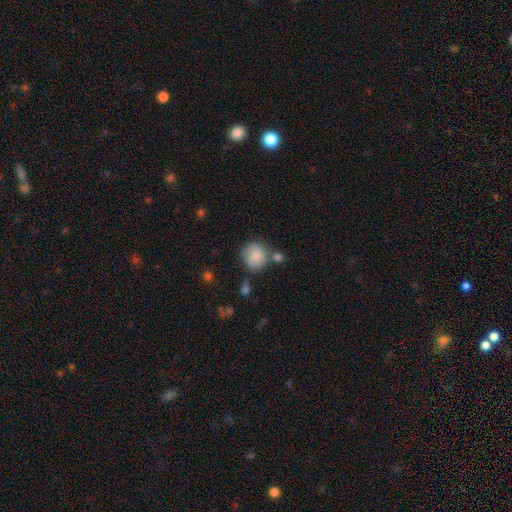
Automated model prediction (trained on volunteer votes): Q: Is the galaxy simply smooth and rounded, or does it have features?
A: smooth — 83%.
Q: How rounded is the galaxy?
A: round — 85%.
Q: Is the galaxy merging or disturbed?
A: none — 58%.